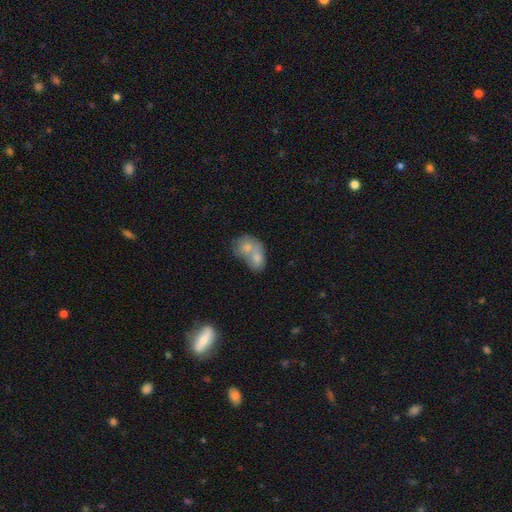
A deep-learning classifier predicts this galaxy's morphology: The model was most divided on "how rounded": in between: 69%, round: 30%, cigar-shaped: 1%. More confident: merging — merger (76%); smooth or featured — smooth (69%).